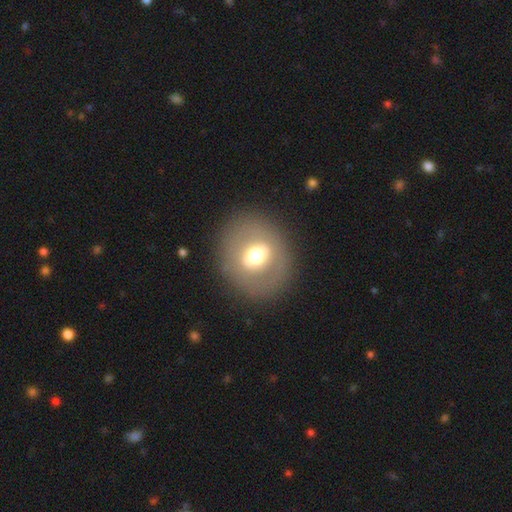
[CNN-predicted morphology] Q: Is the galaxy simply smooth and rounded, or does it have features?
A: smooth — 48%.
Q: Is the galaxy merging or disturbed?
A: none — 84%.